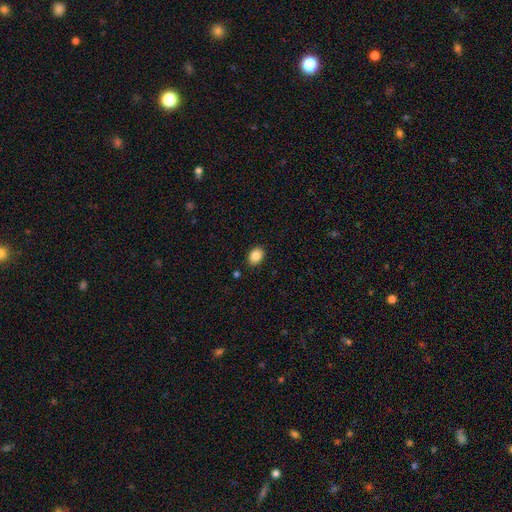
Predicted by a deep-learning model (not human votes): Morphology: type=smooth (86%); roundness=in between (72%); merging=none (89%).